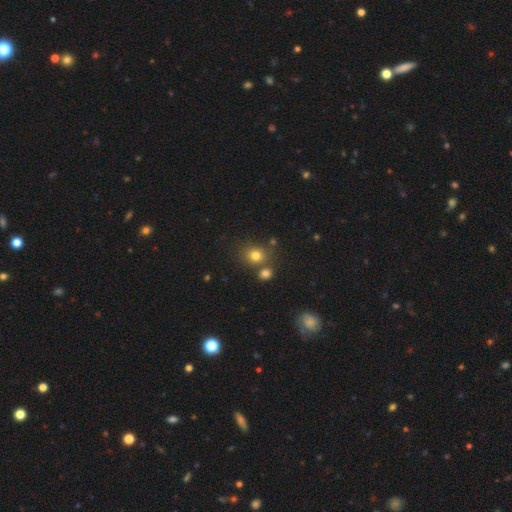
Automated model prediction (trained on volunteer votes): smooth-or-featured: smooth: 77% | star or artifact: 14% | featured or disk: 8%
  how-rounded: round: 72% | in between: 27% | cigar-shaped: 1%
  merging: none: 66% | merger: 19% | minor disturbance: 11% | major disturbance: 4%